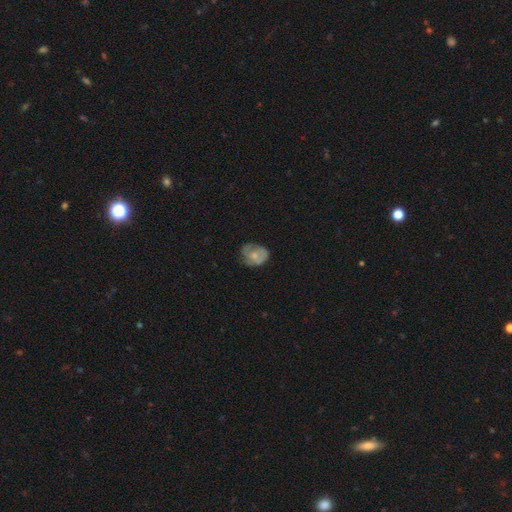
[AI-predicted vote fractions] smooth_or_featured: smooth (p=0.49) [alt: featured or disk p=0.44]
merging: none (p=0.53) [alt: minor disturbance p=0.31]